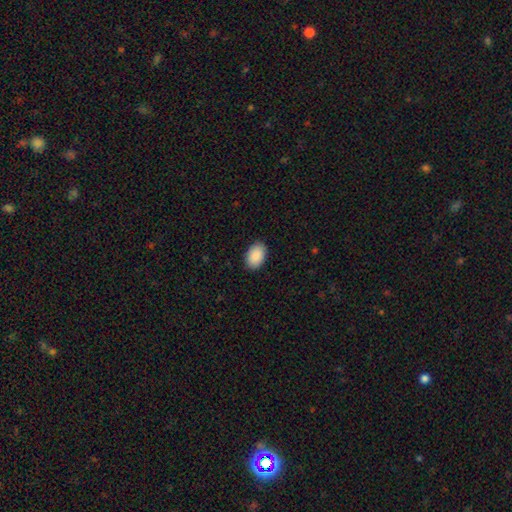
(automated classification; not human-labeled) This is clearly a smooth galaxy (91%). How rounded: clearly in between (89%). Merging: clearly none (89%).